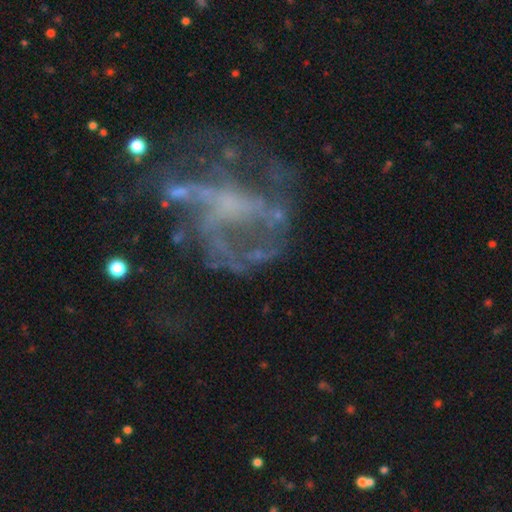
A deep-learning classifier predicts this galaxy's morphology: smooth-or-featured: featured or disk: 68% | star or artifact: 19% | smooth: 14%
  disk-edge-on: no: 97% | yes: 3%
    bar: no: 71% | weak: 20% | strong: 8%
    has-spiral-arms: no: 52% | yes: 48%
    bulge-size: none: 62% | small: 24% | moderate: 11% | large: 2% | dominant: 1%
  merging: none: 39% | major disturbance: 38% | minor disturbance: 15% | merger: 8%